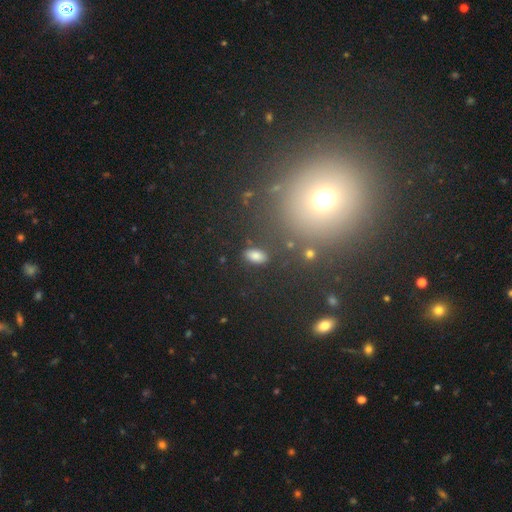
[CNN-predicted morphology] Smooth or featured?
  - smooth: 81% *
  - star or artifact: 13%
  - featured or disk: 7%
How rounded?
  - in between: 90% *
  - round: 6%
  - cigar-shaped: 4%
Merging?
  - none: 84% *
  - minor disturbance: 10%
  - major disturbance: 3%
  - merger: 3%